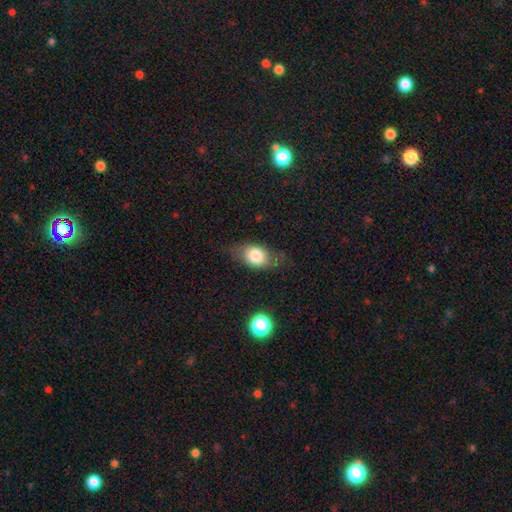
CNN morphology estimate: This is likely a smooth galaxy (71%). How rounded: likely in between (74%). Merging: likely none (66%).